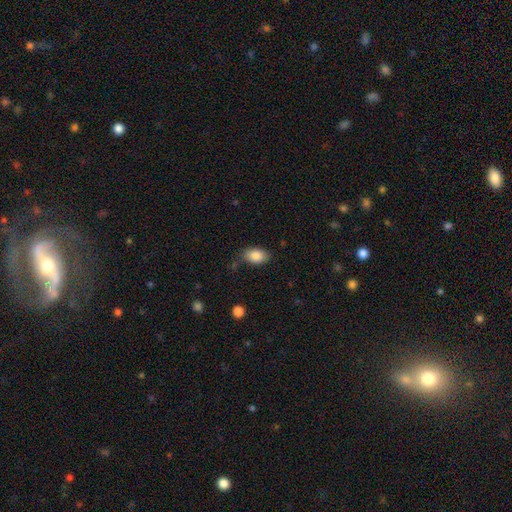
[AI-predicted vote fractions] Smooth or featured?
  - smooth: 87% *
  - star or artifact: 7%
  - featured or disk: 6%
How rounded?
  - in between: 91% *
  - round: 8%
  - cigar-shaped: 2%
Merging?
  - none: 77% *
  - minor disturbance: 17%
  - major disturbance: 4%
  - merger: 2%